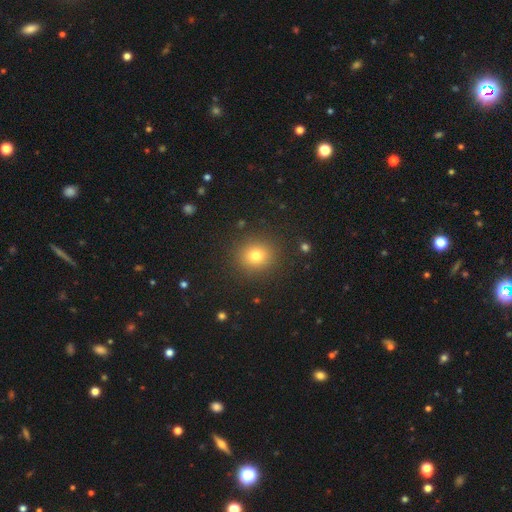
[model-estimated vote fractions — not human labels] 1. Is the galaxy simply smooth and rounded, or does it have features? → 76% smooth, 15% star or artifact, 8% featured or disk.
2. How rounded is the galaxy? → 85% round, 14% in between, 1% cigar-shaped.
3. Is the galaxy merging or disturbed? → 90% none, 6% minor disturbance, 3% major disturbance, 1% merger.